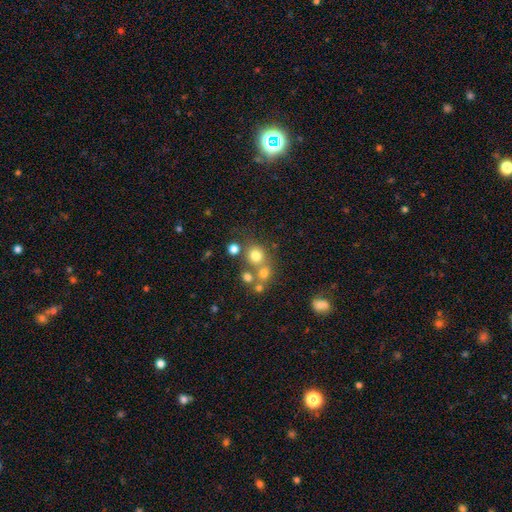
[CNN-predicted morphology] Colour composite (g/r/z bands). It shows a smooth galaxy with no disk features (71%) that is round (86%). Merging: none (61%).